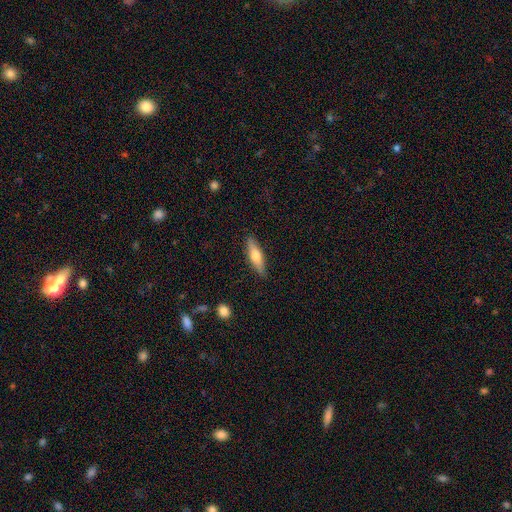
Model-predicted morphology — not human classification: type=smooth (59%); roundness=cigar-shaped (62%); merging=none (87%).